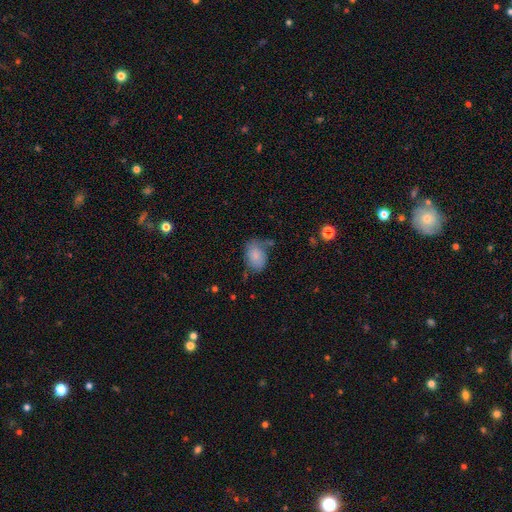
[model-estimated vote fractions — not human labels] Morphology: type=smooth (79%); roundness=in between (80%); merging=none (50%).